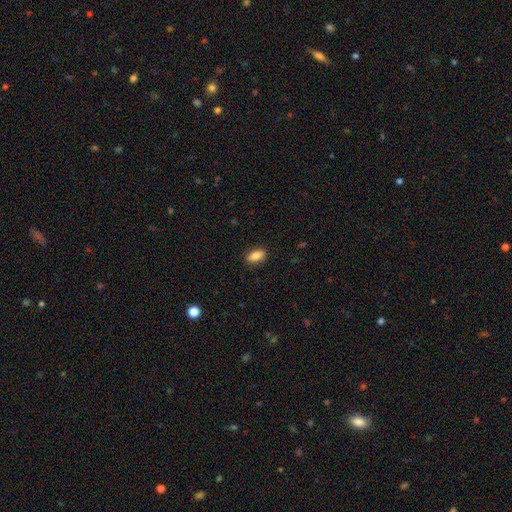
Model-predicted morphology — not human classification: Smooth or featured?
  - smooth: 81% *
  - featured or disk: 11%
  - star or artifact: 7%
How rounded?
  - in between: 86% *
  - cigar-shaped: 8%
  - round: 6%
Merging?
  - none: 88% *
  - minor disturbance: 9%
  - major disturbance: 2%
  - merger: 1%